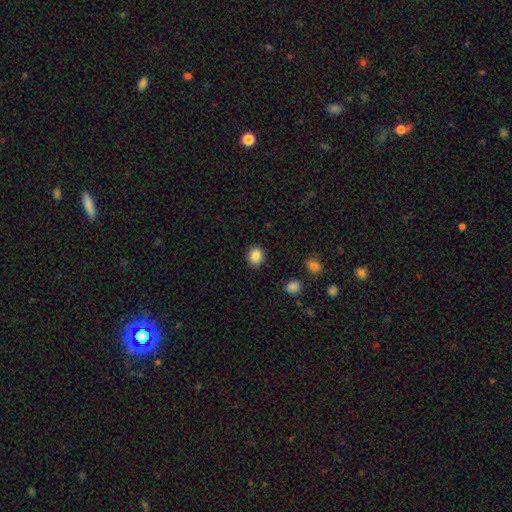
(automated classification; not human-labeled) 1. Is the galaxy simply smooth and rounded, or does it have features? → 87% smooth, 9% star or artifact, 4% featured or disk.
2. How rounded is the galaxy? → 72% round, 27% in between, 1% cigar-shaped.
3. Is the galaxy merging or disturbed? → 89% none, 7% minor disturbance, 2% major disturbance, 1% merger.